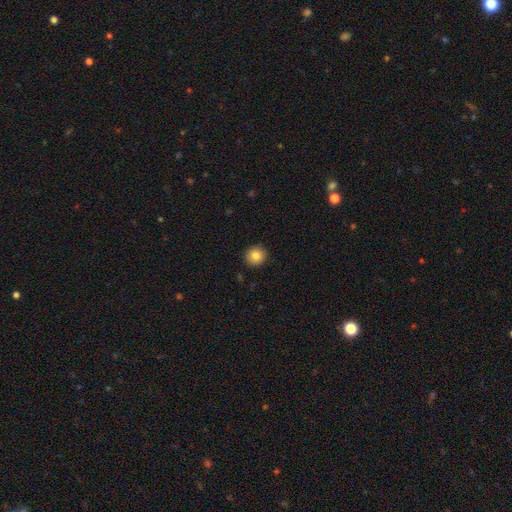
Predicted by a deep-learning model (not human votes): Q: Smooth or featured?
A: smooth (83%); runner-up: star or artifact (9%)
Q: How rounded?
A: round (92%); runner-up: in between (7%)
Q: Merging?
A: none (92%); runner-up: minor disturbance (5%)